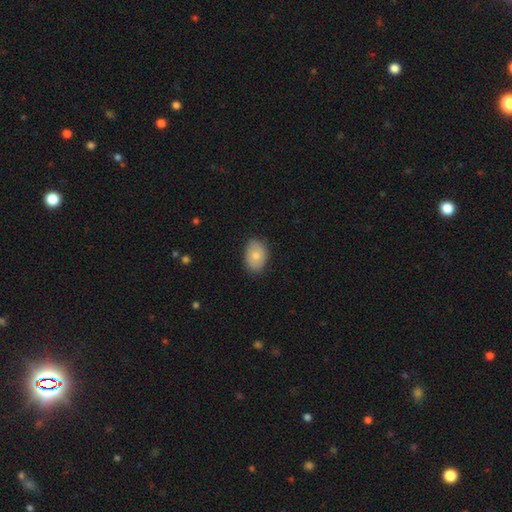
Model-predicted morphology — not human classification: The model was most divided on "smooth or featured": smooth: 79%, featured or disk: 14%, star or artifact: 7%. More confident: merging — none (82%); how rounded — in between (82%).